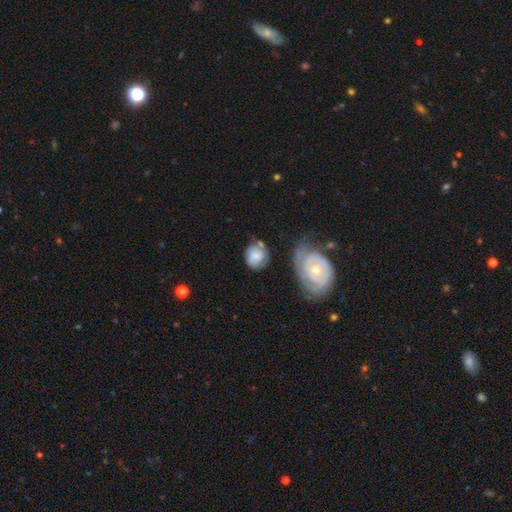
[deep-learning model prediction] Morphology: type=smooth (52%); roundness=round (72%); merging=none (60%).